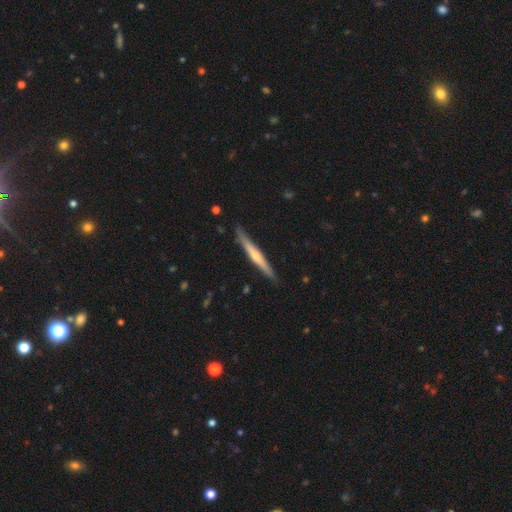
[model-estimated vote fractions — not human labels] Smooth or featured?
  - featured or disk: 59% *
  - smooth: 36%
  - star or artifact: 5%
Edge-on disk?
  - yes: 97% *
  - no: 3%
Edge-on bulge?
  - rounded: 64% *
  - none: 30%
  - boxy: 6%
Merging?
  - none: 89% *
  - minor disturbance: 9%
  - major disturbance: 1%
  - merger: 1%